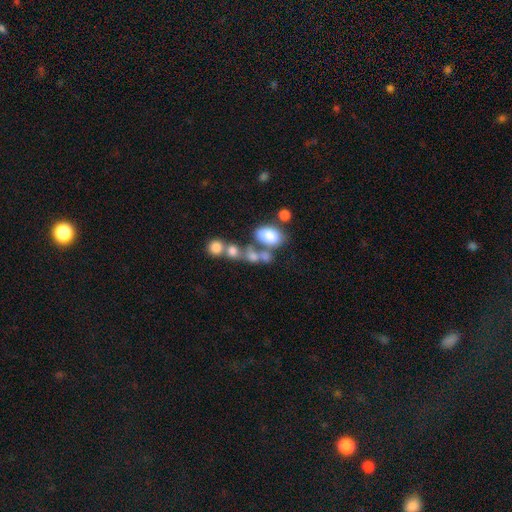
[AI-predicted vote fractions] Morphology: type=smooth (68%); roundness=in between (73%); merging=merger (44%).